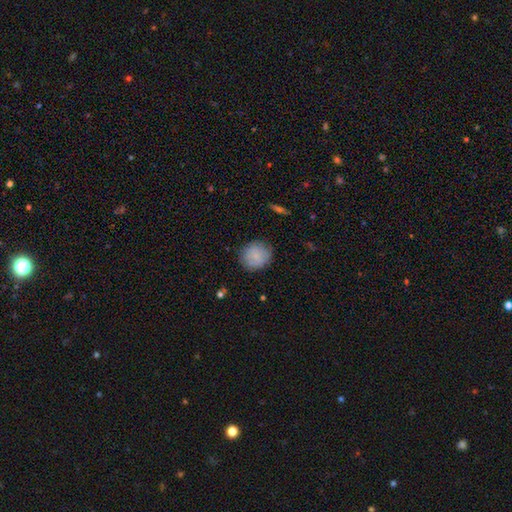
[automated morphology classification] Overall: smooth (75%). How rounded: round (88%). Merging: none (81%).